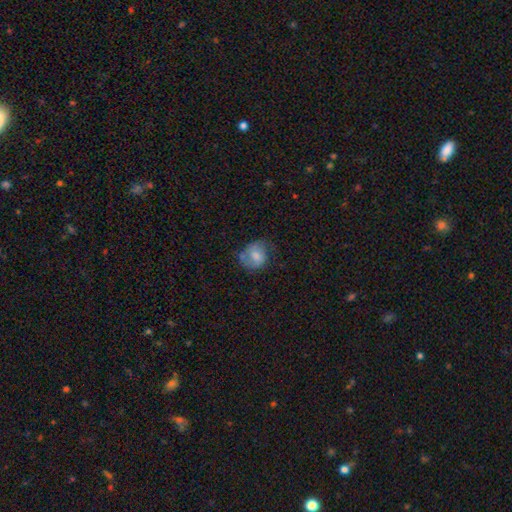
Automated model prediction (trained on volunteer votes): Overall: smooth (63%; featured or disk 29%). How rounded: round (66%; in between 34%). Merging: none (44%; minor disturbance 31%).